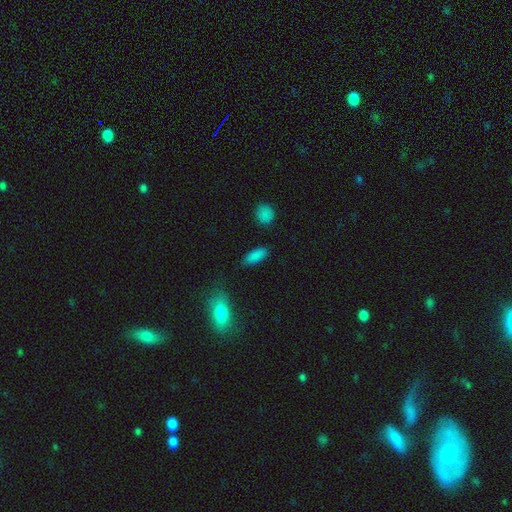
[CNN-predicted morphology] Smooth or featured?
  - smooth: 86% *
  - star or artifact: 9%
  - featured or disk: 5%
How rounded?
  - in between: 82% *
  - cigar-shaped: 15%
  - round: 3%
Merging?
  - none: 85% *
  - minor disturbance: 10%
  - major disturbance: 3%
  - merger: 2%